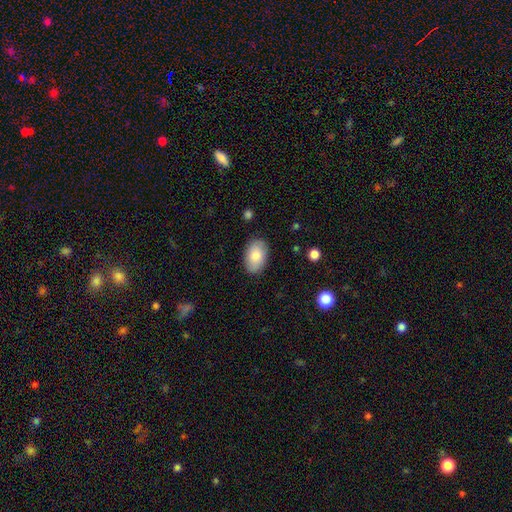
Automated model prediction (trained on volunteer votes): smooth 83%, featured or disk 11%, star or artifact 6%. Down the decision tree: how rounded — in between (91%); merging — none (85%).